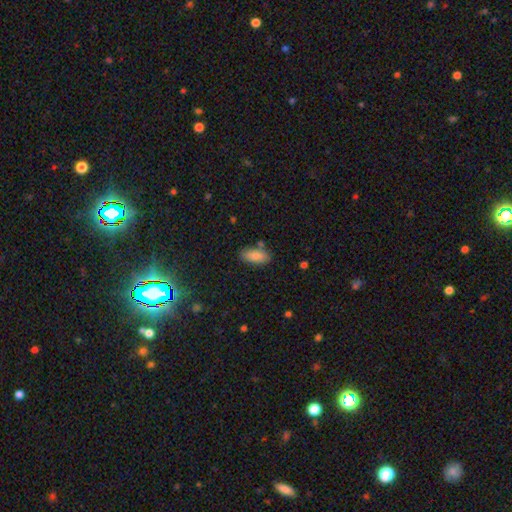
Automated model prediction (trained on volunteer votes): Smooth or featured? Predicted: smooth (p=0.83). How rounded? Predicted: in between (p=0.89). Merging? Predicted: none (p=0.78).